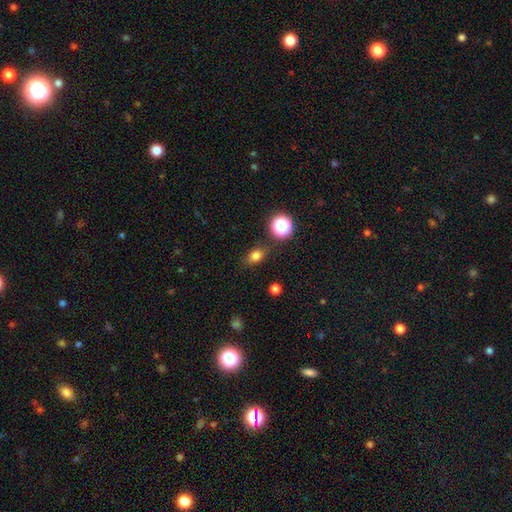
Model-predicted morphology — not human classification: smooth-or-featured: smooth: 78% | star or artifact: 15% | featured or disk: 7%
  how-rounded: in between: 64% | round: 34% | cigar-shaped: 2%
  merging: none: 80% | minor disturbance: 13% | major disturbance: 4% | merger: 3%